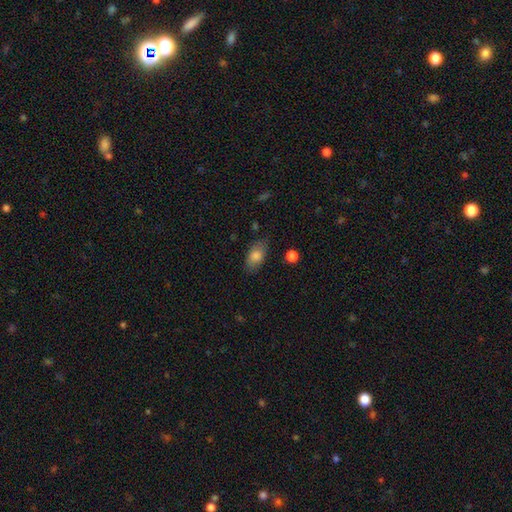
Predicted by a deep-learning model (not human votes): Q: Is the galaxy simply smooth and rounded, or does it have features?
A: smooth — 81%.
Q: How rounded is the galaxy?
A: in between — 88%.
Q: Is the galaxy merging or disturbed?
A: none — 78%.